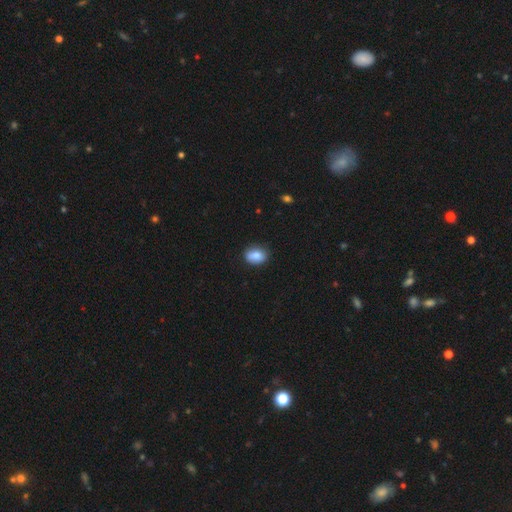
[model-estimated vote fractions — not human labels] smooth 84%, featured or disk 8%, star or artifact 8%. Down the decision tree: how rounded — in between (70%); merging — none (79%).